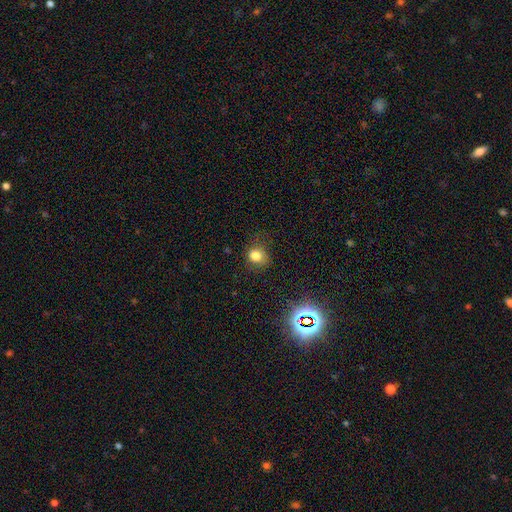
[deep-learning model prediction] Overall: smooth (78%). How rounded: round (67%; in between 32%). Merging: none (69%).